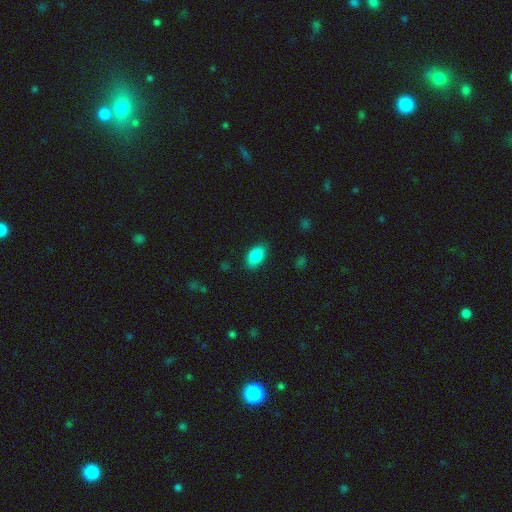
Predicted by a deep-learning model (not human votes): A smooth galaxy with no disk features (87%) that is in between round and cigar-shaped (92%).

Vote fractions:
- Smooth or featured? smooth: 87% / star or artifact: 7% / featured or disk: 5%
- How rounded? in between: 92% / round: 6% / cigar-shaped: 2%
- Merging? none: 84% / minor disturbance: 12% / major disturbance: 3% / merger: 1%